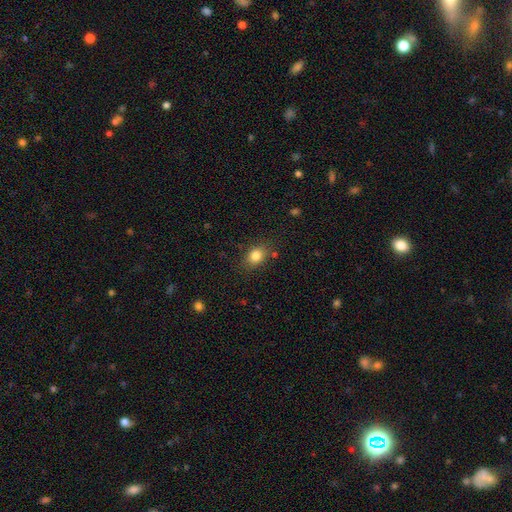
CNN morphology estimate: The model was most divided on "how rounded": in between: 62%, round: 37%, cigar-shaped: 1%. More confident: smooth or featured — smooth (82%); merging — none (79%).